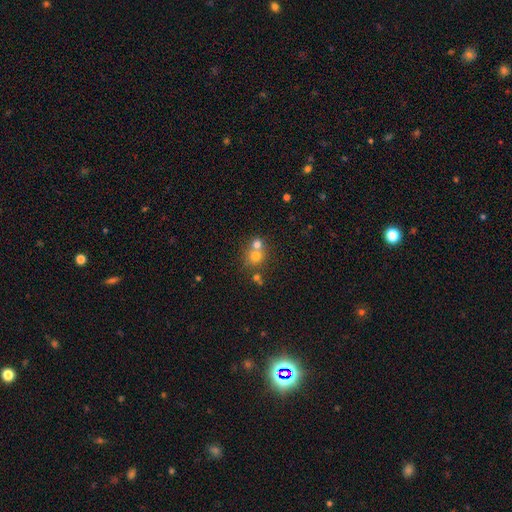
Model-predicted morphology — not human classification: A smooth galaxy with no disk features (69%) that is round (82%). Merging: merger (52%).